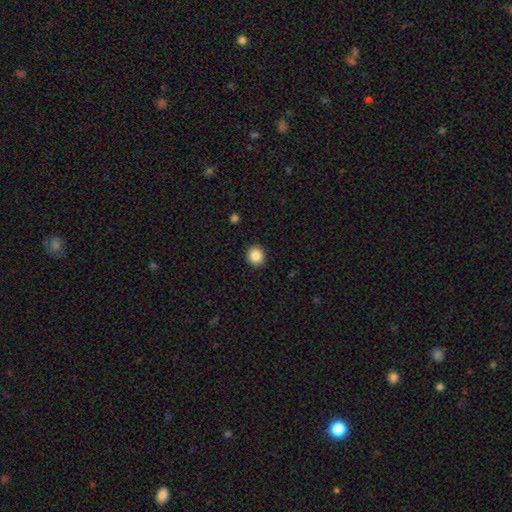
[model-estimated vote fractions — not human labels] Smooth or featured? smooth (86%)
How rounded? round (80%)
Merging? none (91%)